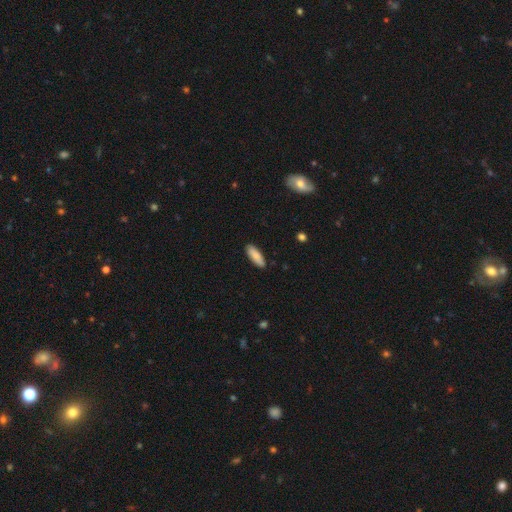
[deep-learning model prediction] smooth_or_featured: smooth (p=0.86) [alt: featured or disk p=0.08]
how_rounded: in between (p=0.66) [alt: cigar-shaped p=0.32]
merging: none (p=0.87) [alt: minor disturbance p=0.10]